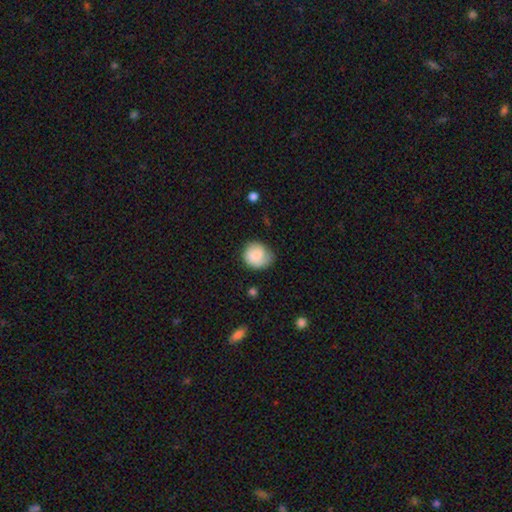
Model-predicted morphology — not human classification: The model was most divided on "merging": none: 58%, minor disturbance: 29%, major disturbance: 12%, merger: 2%. More confident: how rounded — round (81%); smooth or featured — smooth (75%).